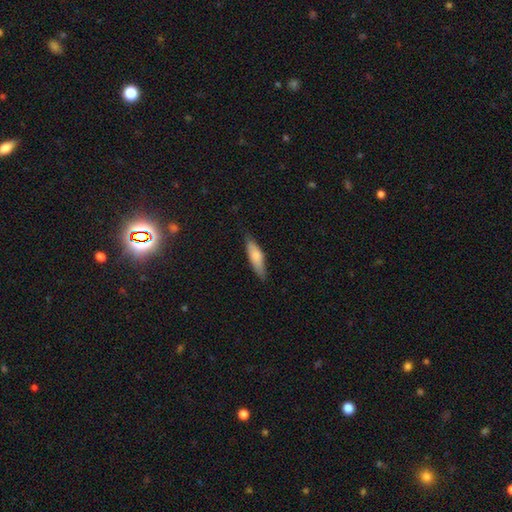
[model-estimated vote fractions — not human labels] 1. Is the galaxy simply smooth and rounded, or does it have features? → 73% smooth, 21% featured or disk, 6% star or artifact.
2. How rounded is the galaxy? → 60% cigar-shaped, 38% in between, 2% round.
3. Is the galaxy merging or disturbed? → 79% none, 17% minor disturbance, 3% major disturbance, 1% merger.